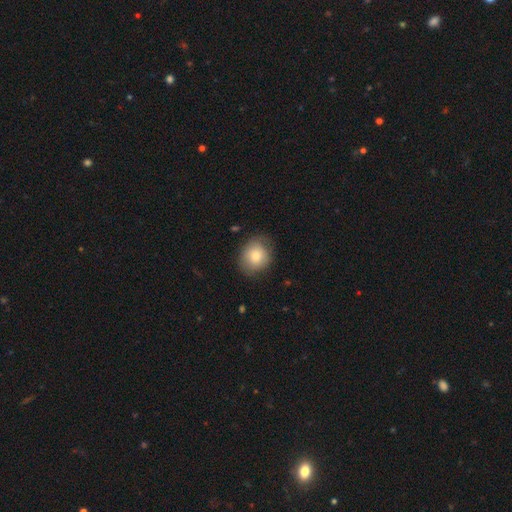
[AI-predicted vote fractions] Q: Smooth or featured?
A: smooth (79%); runner-up: featured or disk (13%)
Q: How rounded?
A: round (70%); runner-up: in between (29%)
Q: Merging?
A: none (78%); runner-up: minor disturbance (17%)